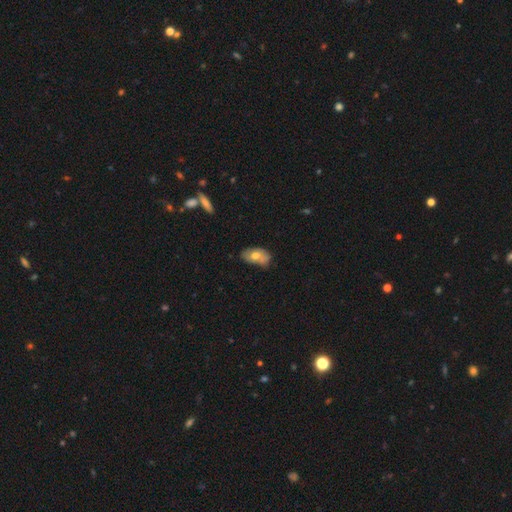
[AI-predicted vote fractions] smooth_or_featured: smooth (p=0.64) [alt: featured or disk p=0.29]
how_rounded: in between (p=0.91) [alt: round p=0.07]
merging: none (p=0.52) [alt: minor disturbance p=0.35]